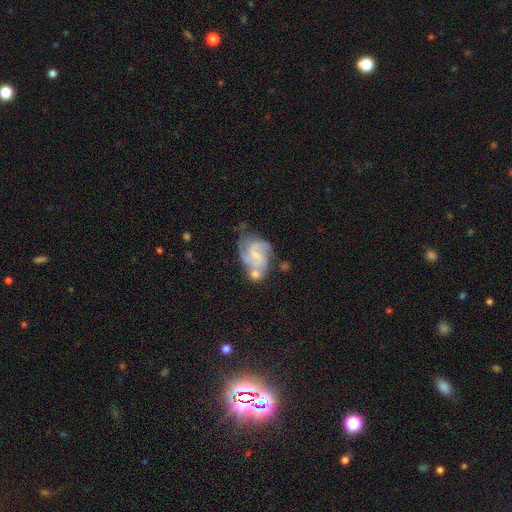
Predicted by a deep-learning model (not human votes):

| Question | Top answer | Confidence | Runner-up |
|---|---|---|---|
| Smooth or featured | featured or disk | 76% | smooth (17%) |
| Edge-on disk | no | 98% | yes (2%) |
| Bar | no | 46% | weak (45%) |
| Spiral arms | yes | 91% | no (9%) |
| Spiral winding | medium | 50% | tight (29%) |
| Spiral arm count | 2 | 45% | 3 (28%) |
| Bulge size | small | 64% | moderate (24%) |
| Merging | none | 37% | merger (30%) |